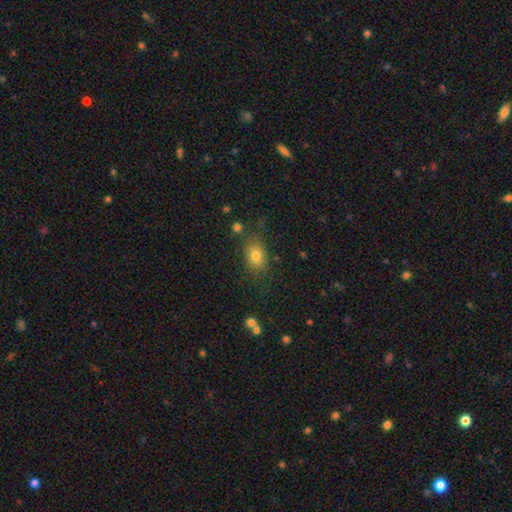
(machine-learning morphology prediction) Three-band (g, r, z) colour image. It shows a smooth galaxy with no disk features (79%) that is in between round and cigar-shaped (72%). Merging: none (76%).